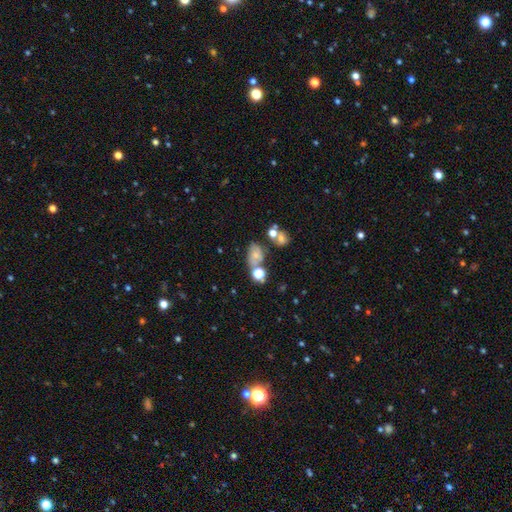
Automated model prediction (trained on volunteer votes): smooth_or_featured: smooth (p=0.60) [alt: featured or disk p=0.20]
how_rounded: in between (p=0.70) [alt: round p=0.28]
merging: none (p=0.46) [alt: merger p=0.27]